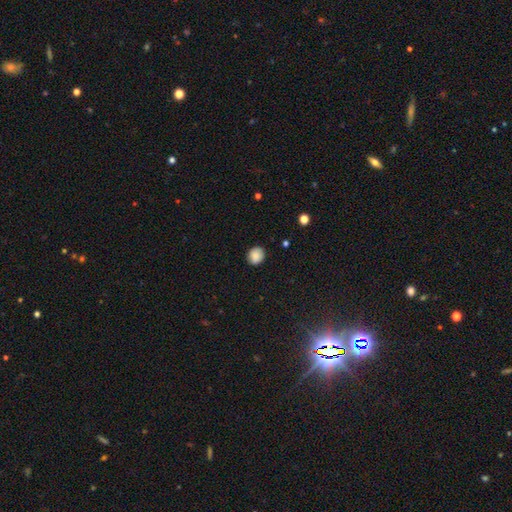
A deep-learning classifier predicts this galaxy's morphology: type=smooth (87%); roundness=round (76%); merging=none (86%).